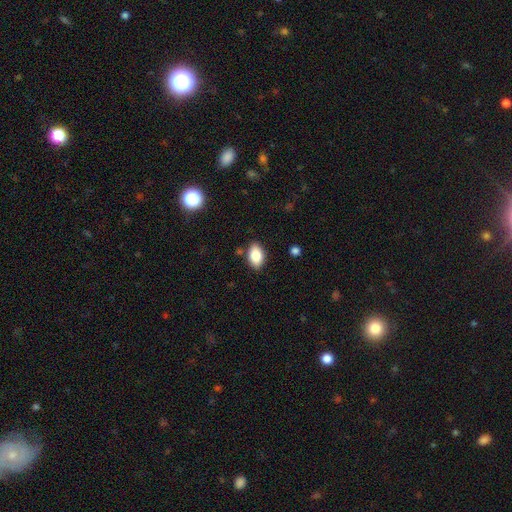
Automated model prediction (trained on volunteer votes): This is clearly a smooth galaxy (84%). How rounded: clearly in between (90%). Merging: clearly none (84%).